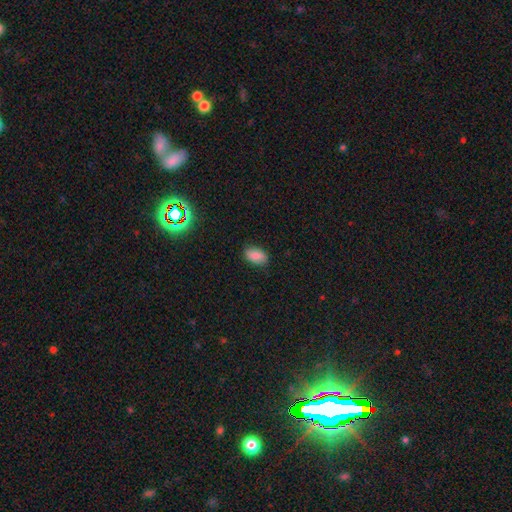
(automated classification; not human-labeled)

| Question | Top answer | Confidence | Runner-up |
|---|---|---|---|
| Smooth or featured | smooth | 83% | star or artifact (9%) |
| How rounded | in between | 91% | round (7%) |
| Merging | none | 82% | minor disturbance (15%) |